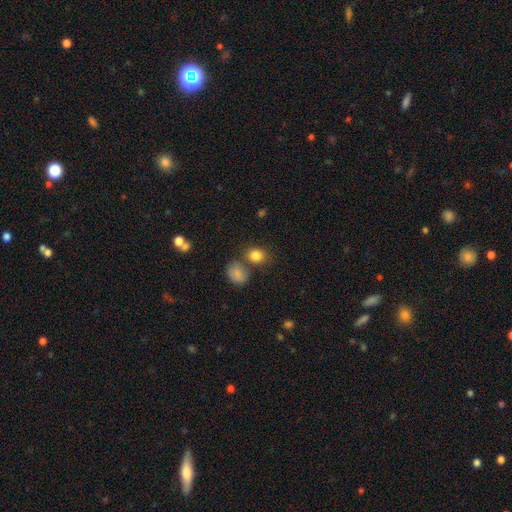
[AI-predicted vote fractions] A smooth galaxy with no disk features (83%) that is round (65%). Merging: none (63%).